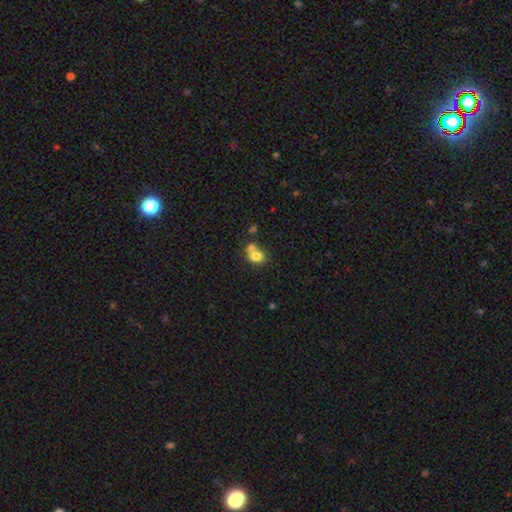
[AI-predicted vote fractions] Overall: smooth (77%). How rounded: round (60%; in between 39%). Merging: merger (52%; none 36%).